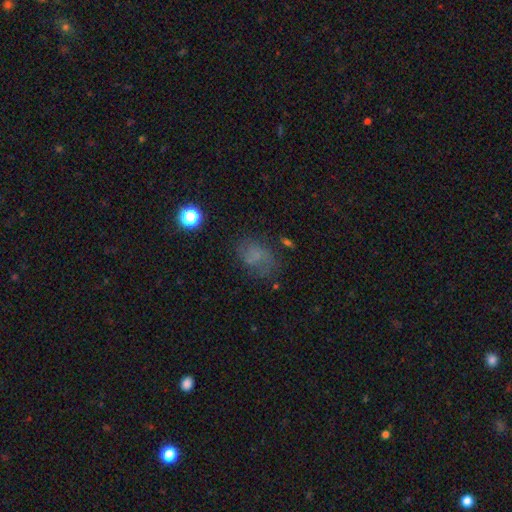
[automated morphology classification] type=smooth (48%); merging=none (57%).